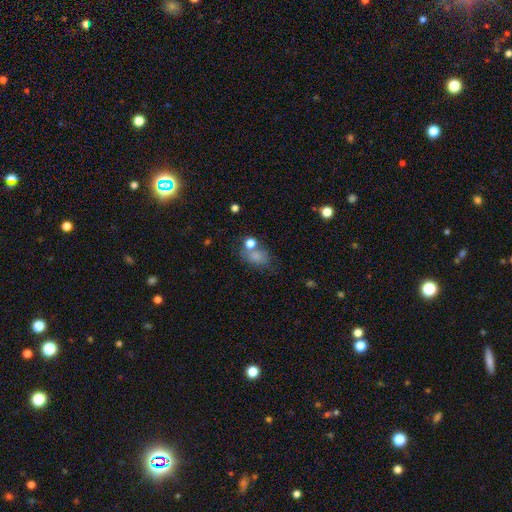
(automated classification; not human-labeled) Morphology: type=smooth (75%); roundness=in between (70%); merging=none (51%).